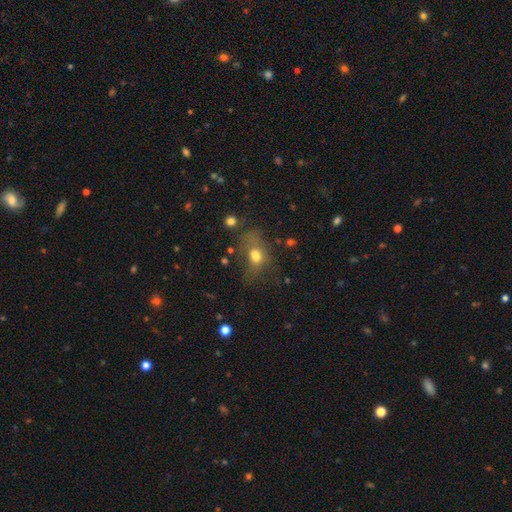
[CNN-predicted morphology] smooth 67%, featured or disk 19%, star or artifact 14%. Down the decision tree: how rounded — in between (71%); merging — none (41%).